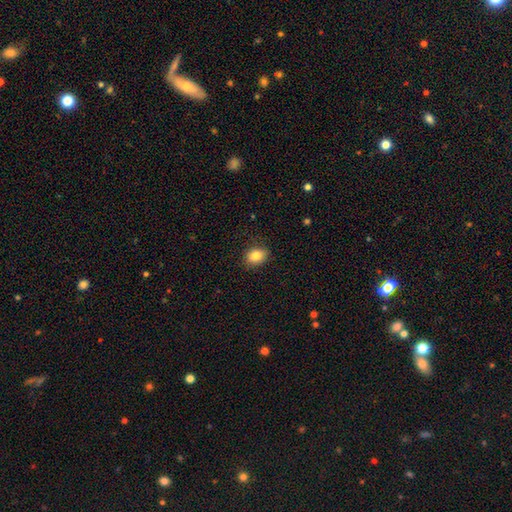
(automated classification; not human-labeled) Smooth or featured: smooth — 84% (star or artifact — 9%)
How rounded: in between — 57% (round — 42%)
Merging: none — 86% (minor disturbance — 11%)